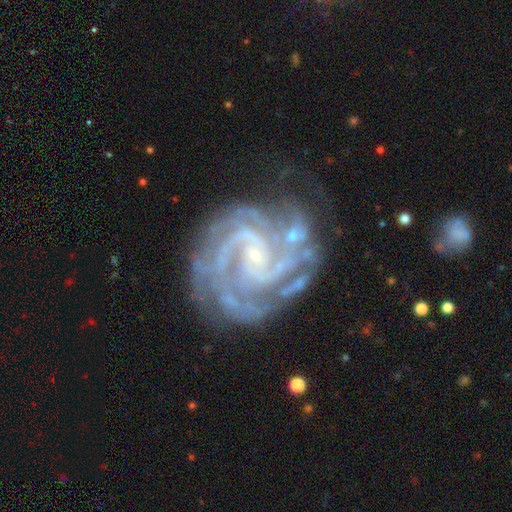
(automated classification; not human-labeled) A featured or disk galaxy (92%) with no bar (54%), 3 (27%) tight (66%) spiral arms (99%) and a small central bulge (86%).

Vote fractions:
- Smooth or featured? featured or disk: 92% / star or artifact: 5% / smooth: 2%
- Edge-on disk? no: 98% / yes: 2%
- Bar? no: 54% / weak: 32% / strong: 14%
- Spiral arms? yes: 99% / no: 1%
- Spiral winding? tight: 66% / medium: 30% / loose: 4%
- Spiral arm count? 3: 27% / 2: 25% / 4: 20% / can't tell: 13% / more than 4: 9% / 1: 7%
- Bulge size? small: 86% / moderate: 7% / none: 5% / large: 1% / dominant: 1%
- Merging? none: 64% / minor disturbance: 20% / major disturbance: 10% / merger: 5%